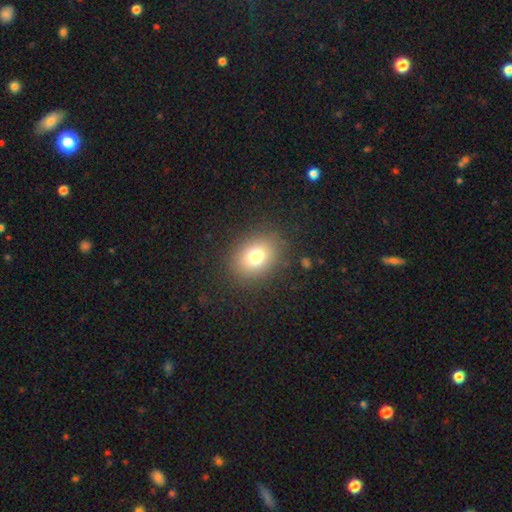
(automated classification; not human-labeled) The model was most divided on "how rounded": in between: 56%, round: 43%, cigar-shaped: 1%. More confident: merging — none (87%); smooth or featured — smooth (76%).